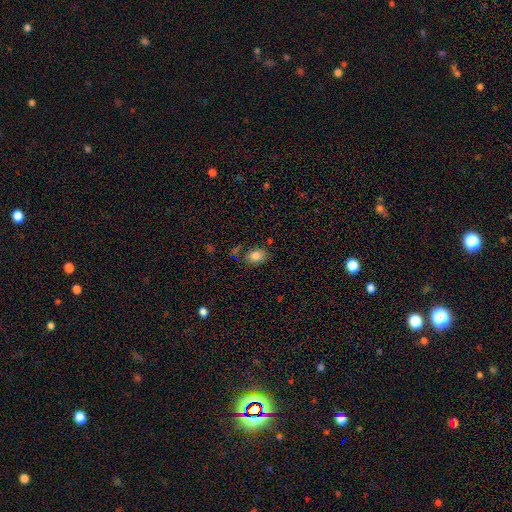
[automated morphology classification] This is clearly a smooth galaxy (83%). How rounded: likely in between (78%). Merging: likely none (76%).